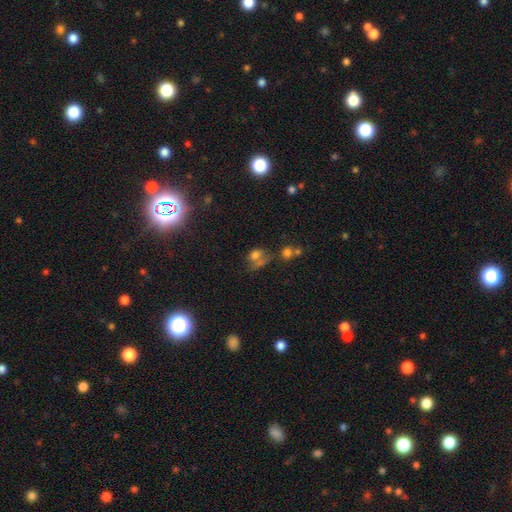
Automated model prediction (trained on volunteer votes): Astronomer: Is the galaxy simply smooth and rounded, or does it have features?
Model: smooth — 63%.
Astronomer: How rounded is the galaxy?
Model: in between — 53% (runner-up: round, 44%).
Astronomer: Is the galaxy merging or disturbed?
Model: none — 36% (runner-up: merger, 34%).